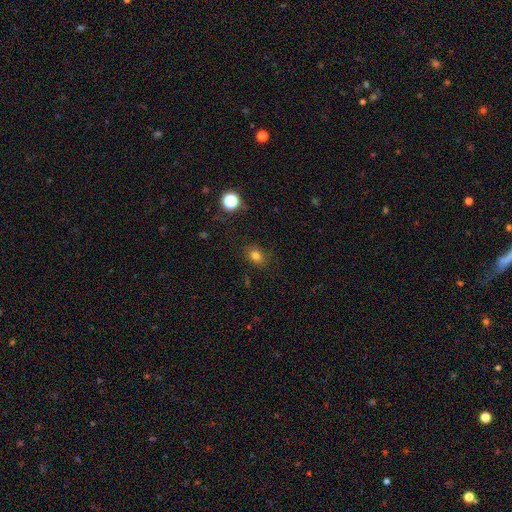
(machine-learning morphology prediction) The model was most divided on "how rounded": in between: 56%, round: 43%, cigar-shaped: 1%. More confident: merging — none (83%); smooth or featured — smooth (78%).